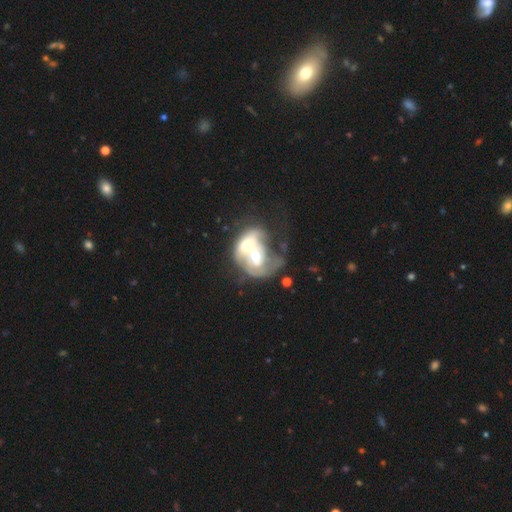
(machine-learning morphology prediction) smooth-or-featured: featured or disk: 63% | smooth: 31% | star or artifact: 6%
  disk-edge-on: no: 96% | yes: 4%
    bar: no: 75% | weak: 19% | strong: 6%
    has-spiral-arms: no: 53% | yes: 47%
    bulge-size: moderate: 68% | large: 16% | small: 12% | none: 2% | dominant: 2%
  merging: merger: 83% | major disturbance: 8% | none: 5% | minor disturbance: 4%